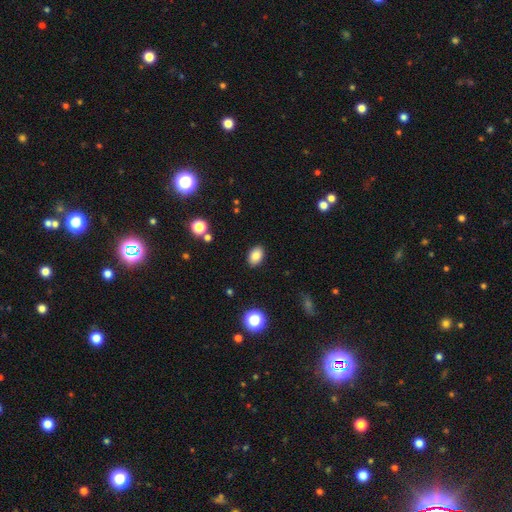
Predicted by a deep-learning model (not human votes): Smooth or featured?
  - smooth: 85% *
  - star or artifact: 10%
  - featured or disk: 6%
How rounded?
  - in between: 84% *
  - round: 15%
  - cigar-shaped: 1%
Merging?
  - none: 89% *
  - minor disturbance: 8%
  - major disturbance: 2%
  - merger: 1%